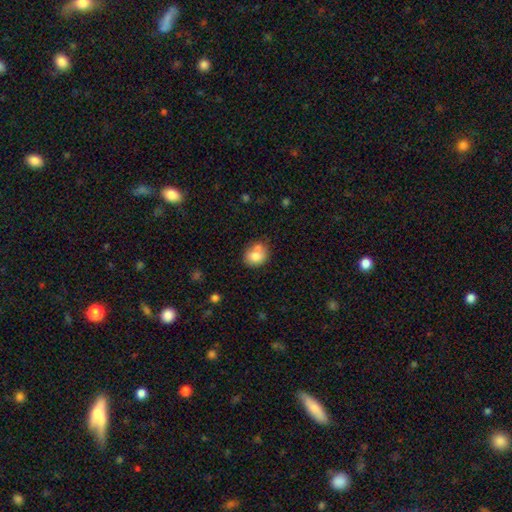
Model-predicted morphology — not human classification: A smooth galaxy with no disk features (78%) that is round (62%).

Vote fractions:
- Smooth or featured? smooth: 78% / featured or disk: 13% / star or artifact: 9%
- How rounded? round: 62% / in between: 37% / cigar-shaped: 1%
- Merging? none: 55% / merger: 23% / minor disturbance: 18% / major disturbance: 5%